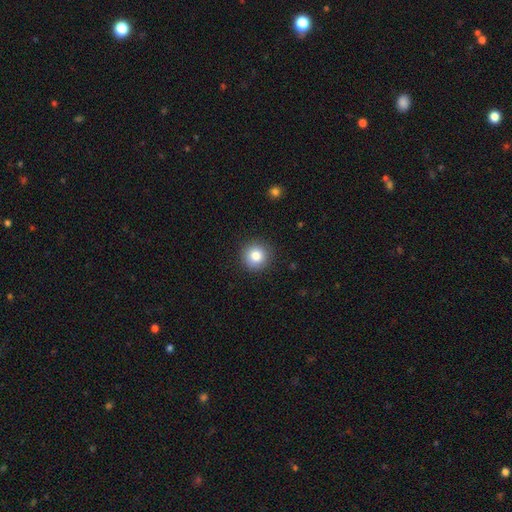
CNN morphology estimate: Overall: smooth (82%). How rounded: round (95%). Merging: none (91%).